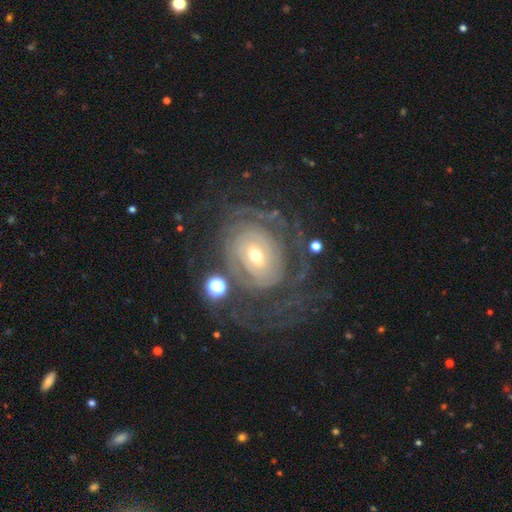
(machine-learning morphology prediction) Smooth or featured? featured or disk (83%)
Edge-on disk? no (96%)
Bar? no (60%)
Spiral arms? yes (90%)
Spiral winding? tight (73%)
Spiral arm count? can't tell (45%)
Bulge size? small (52%)
Merging? none (58%)